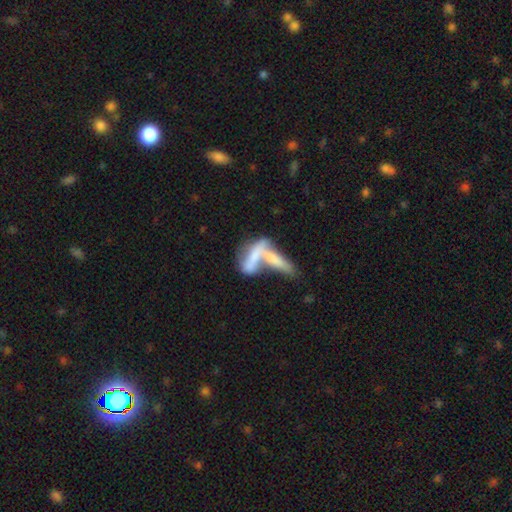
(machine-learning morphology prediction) Smooth or featured?
  - smooth: 56% *
  - featured or disk: 35%
  - star or artifact: 8%
How rounded?
  - cigar-shaped: 56% *
  - in between: 41%
  - round: 4%
Merging?
  - merger: 70% *
  - none: 16%
  - major disturbance: 7%
  - minor disturbance: 6%